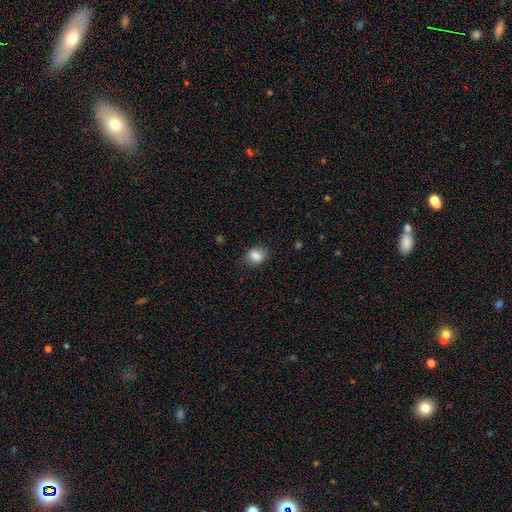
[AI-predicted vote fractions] Overall: smooth (83%). How rounded: in between (62%; round 37%). Merging: none (77%).